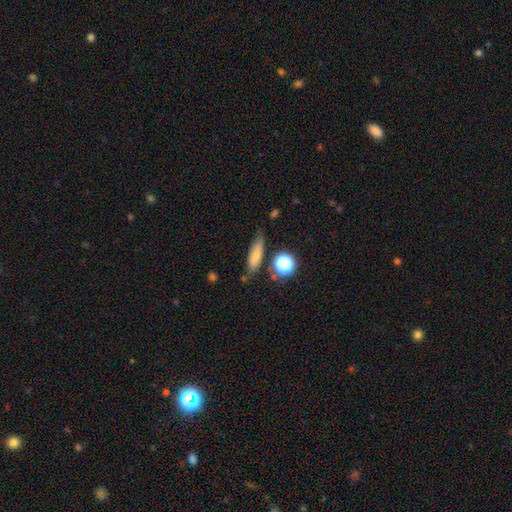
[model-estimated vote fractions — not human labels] smooth-or-featured: smooth: 71% | featured or disk: 18% | star or artifact: 11%
  how-rounded: cigar-shaped: 50% | in between: 42% | round: 8%
  merging: none: 69% | minor disturbance: 20% | merger: 6% | major disturbance: 5%